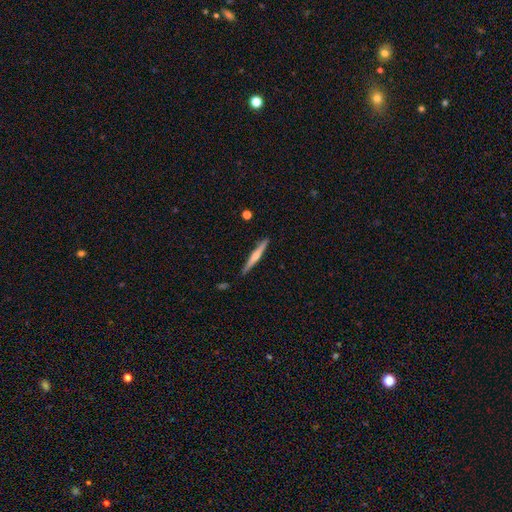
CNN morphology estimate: The model was most divided on "smooth or featured": featured or disk: 60%, smooth: 35%, star or artifact: 5%. More confident: edge-on disk — yes (98%); merging — none (89%); edge-on bulge — rounded (78%).